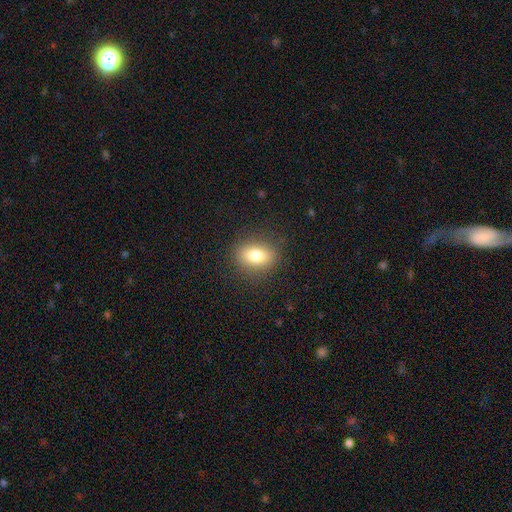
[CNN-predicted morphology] The model was most divided on "how rounded": in between: 69%, round: 28%, cigar-shaped: 3%. More confident: merging — none (86%); smooth or featured — smooth (79%).